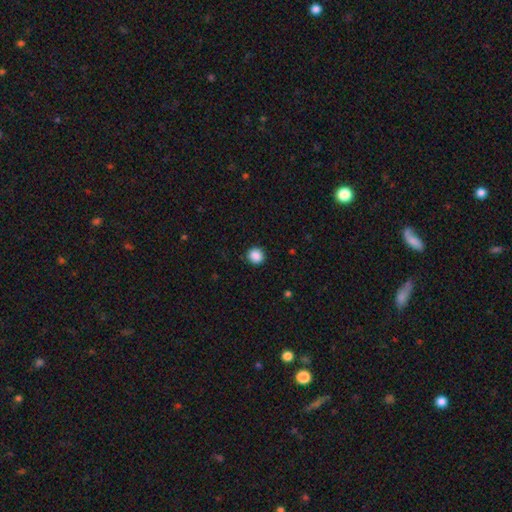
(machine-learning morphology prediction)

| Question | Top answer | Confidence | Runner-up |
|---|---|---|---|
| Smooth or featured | smooth | 88% | star or artifact (10%) |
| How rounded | round | 90% | in between (9%) |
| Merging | none | 90% | minor disturbance (7%) |